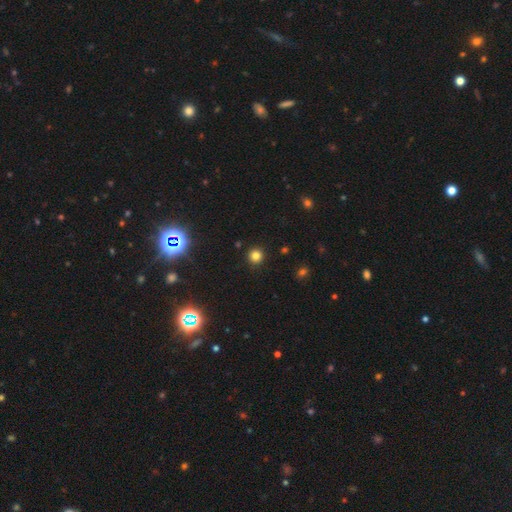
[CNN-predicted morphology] Smooth or featured?
  - smooth: 78% *
  - star or artifact: 17%
  - featured or disk: 5%
How rounded?
  - round: 94% *
  - in between: 5%
  - cigar-shaped: 1%
Merging?
  - none: 91% *
  - minor disturbance: 6%
  - major disturbance: 2%
  - merger: 2%